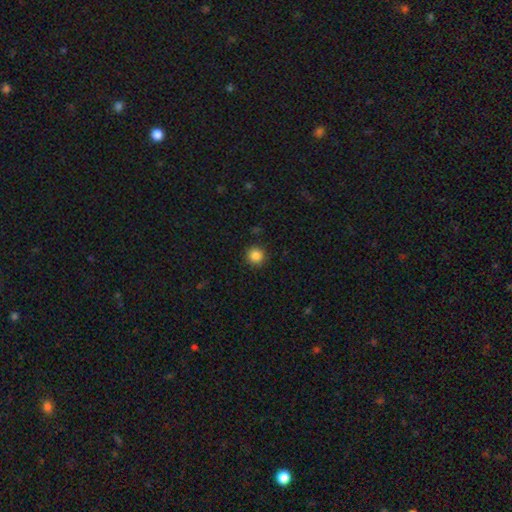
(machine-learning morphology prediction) A smooth galaxy with no disk features (86%) that is round (95%).

Vote fractions:
- Smooth or featured? smooth: 86% / star or artifact: 11% / featured or disk: 4%
- How rounded? round: 95% / in between: 4% / cigar-shaped: 1%
- Merging? none: 91% / minor disturbance: 6% / major disturbance: 2% / merger: 1%